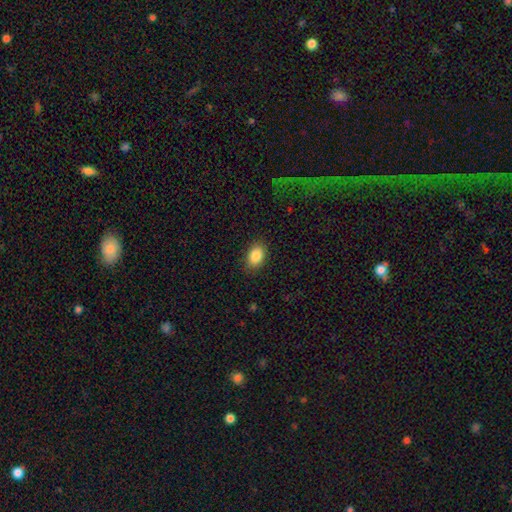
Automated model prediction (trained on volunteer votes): Smooth or featured: smooth — 87% (star or artifact — 8%)
How rounded: in between — 84% (round — 15%)
Merging: none — 86% (minor disturbance — 10%)